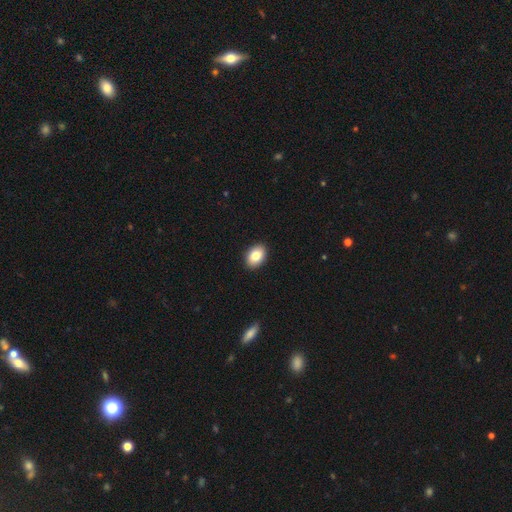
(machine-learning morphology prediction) Smooth or featured? smooth (84%)
How rounded? in between (84%)
Merging? none (91%)